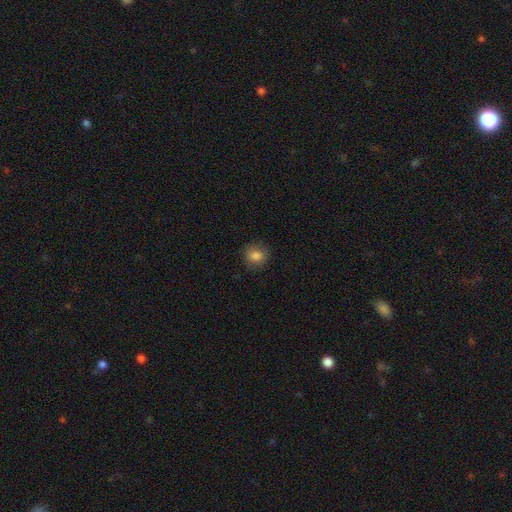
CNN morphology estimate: smooth-or-featured: smooth: 84% | star or artifact: 10% | featured or disk: 6%
  how-rounded: round: 78% | in between: 21% | cigar-shaped: 1%
  merging: none: 83% | minor disturbance: 13% | major disturbance: 4% | merger: 1%